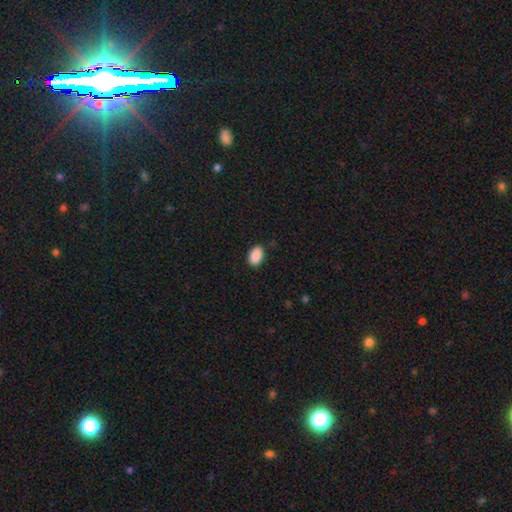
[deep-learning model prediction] smooth_or_featured: smooth (p=0.90) [alt: star or artifact p=0.07]
how_rounded: in between (p=0.90) [alt: round p=0.09]
merging: none (p=0.87) [alt: minor disturbance p=0.10]